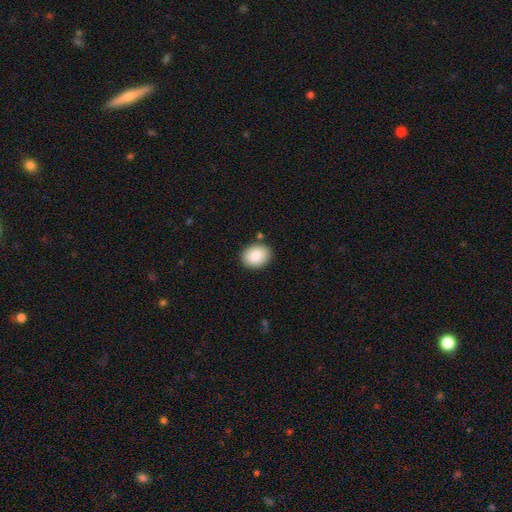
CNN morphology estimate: Smooth or featured: smooth — 86% (star or artifact — 7%)
How rounded: in between — 62% (round — 37%)
Merging: none — 86% (minor disturbance — 9%)